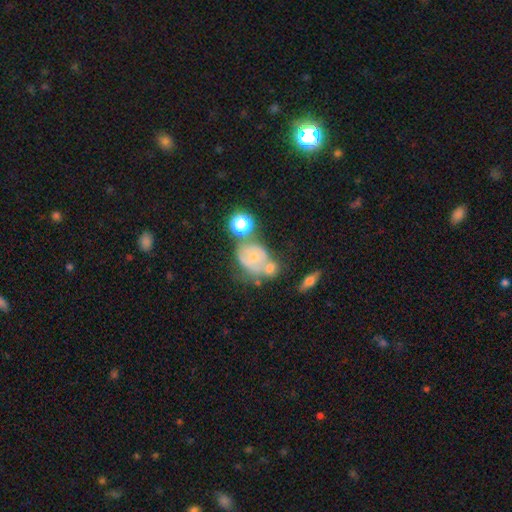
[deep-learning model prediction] Q: Smooth or featured?
A: featured or disk (53%); runner-up: smooth (31%)
Q: Edge-on disk?
A: no (95%); runner-up: yes (5%)
Q: Merging?
A: none (41%); runner-up: merger (27%)